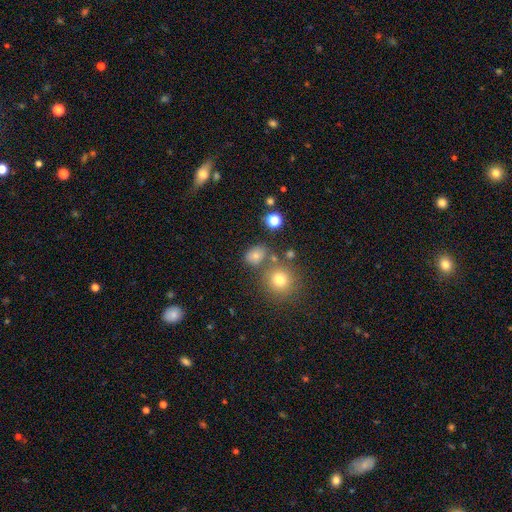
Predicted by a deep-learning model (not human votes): Smooth or featured?
  - smooth: 73% *
  - star or artifact: 18%
  - featured or disk: 9%
How rounded?
  - in between: 50% *
  - round: 49%
  - cigar-shaped: 1%
Merging?
  - none: 71% *
  - minor disturbance: 12%
  - merger: 12%
  - major disturbance: 5%